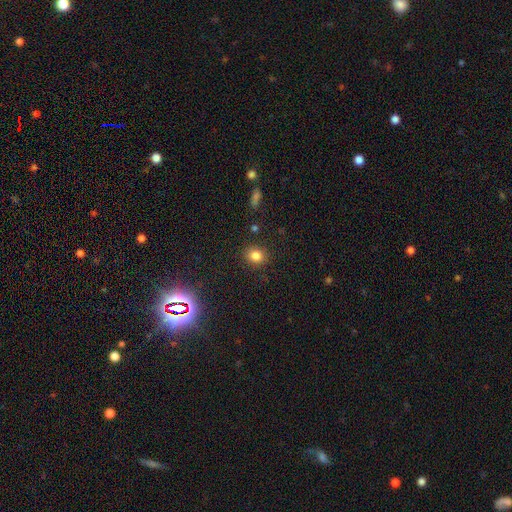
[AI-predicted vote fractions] smooth_or_featured: smooth (p=0.81) [alt: star or artifact p=0.13]
how_rounded: round (p=0.64) [alt: in between p=0.35]
merging: none (p=0.87) [alt: minor disturbance p=0.09]